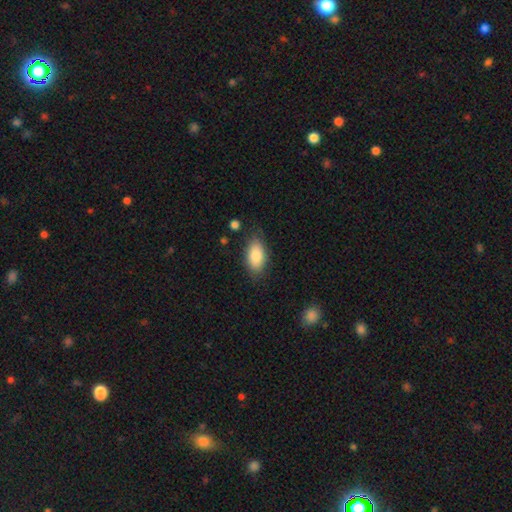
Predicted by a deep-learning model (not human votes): Smooth or featured?
  - smooth: 85% *
  - featured or disk: 9%
  - star or artifact: 6%
How rounded?
  - in between: 92% *
  - round: 4%
  - cigar-shaped: 4%
Merging?
  - none: 79% *
  - minor disturbance: 15%
  - major disturbance: 4%
  - merger: 2%